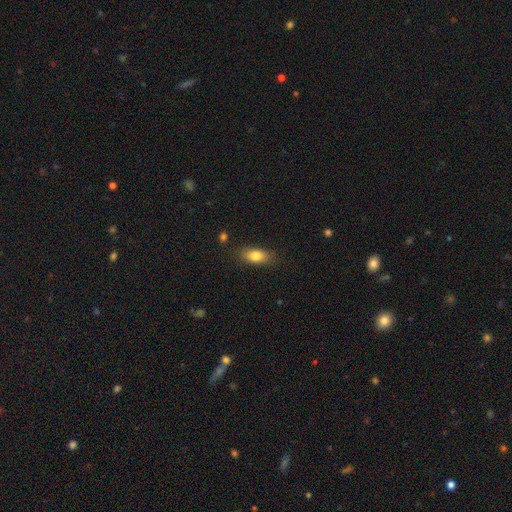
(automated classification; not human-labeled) A smooth galaxy with no disk features (79%) that is in between round and cigar-shaped (82%). Merging: none (82%).